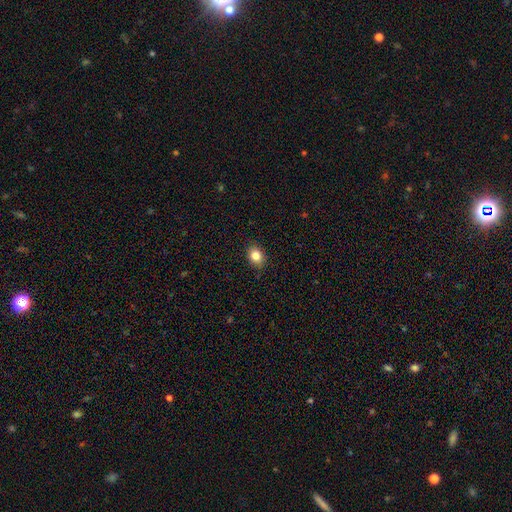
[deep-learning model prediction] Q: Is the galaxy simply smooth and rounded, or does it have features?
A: smooth — 83%.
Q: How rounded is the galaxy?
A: in between — 56%.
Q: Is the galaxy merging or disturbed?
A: none — 87%.